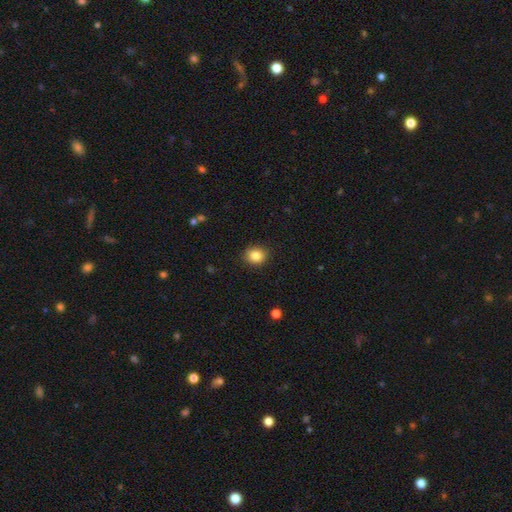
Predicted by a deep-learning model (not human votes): A smooth galaxy with no disk features (85%) that is round (76%).

Vote fractions:
- Smooth or featured? smooth: 85% / star or artifact: 10% / featured or disk: 5%
- How rounded? round: 76% / in between: 23% / cigar-shaped: 1%
- Merging? none: 87% / minor disturbance: 10% / major disturbance: 2% / merger: 1%